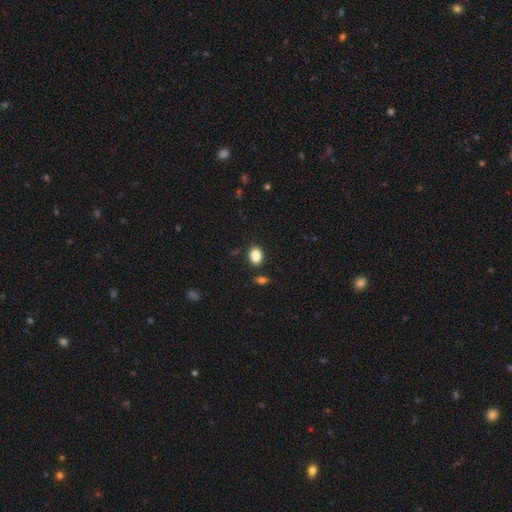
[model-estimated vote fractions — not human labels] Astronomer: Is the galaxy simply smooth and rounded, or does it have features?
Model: smooth — 86%.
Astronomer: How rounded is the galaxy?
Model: in between — 71%.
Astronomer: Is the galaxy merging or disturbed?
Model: none — 85%.